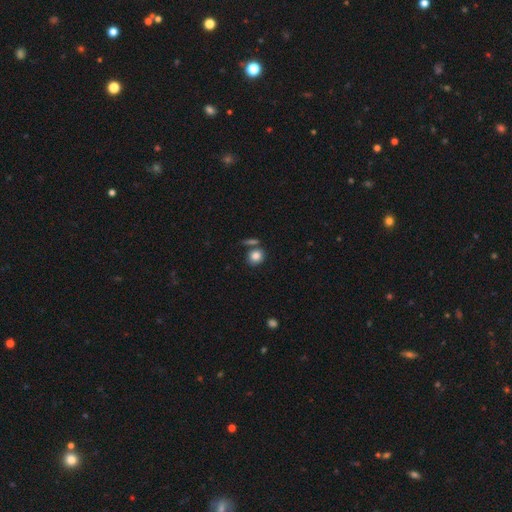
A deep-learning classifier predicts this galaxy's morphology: This is clearly a smooth galaxy (83%). How rounded: likely round (72%). Merging: likely none (68%).